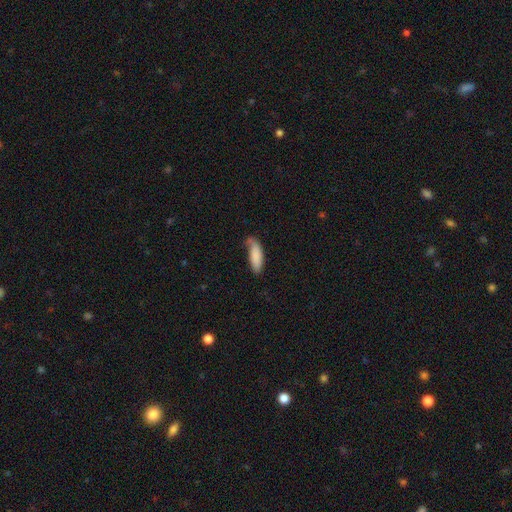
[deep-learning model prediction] Morphology: type=smooth (84%); roundness=in between (63%); merging=none (50%).